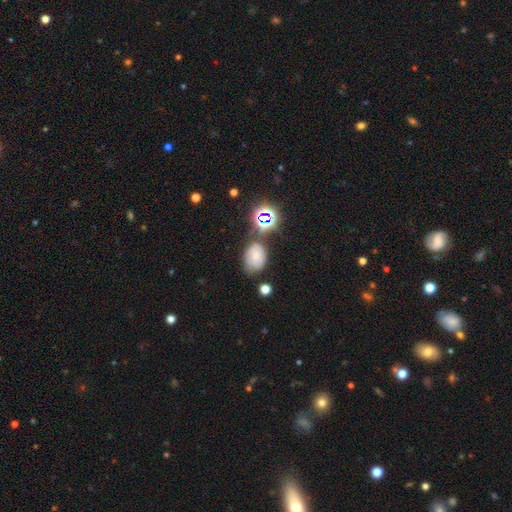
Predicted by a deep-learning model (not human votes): smooth_or_featured: smooth (p=0.55) [alt: featured or disk p=0.25]
how_rounded: in between (p=0.72) [alt: round p=0.27]
merging: none (p=0.54) [alt: minor disturbance p=0.28]